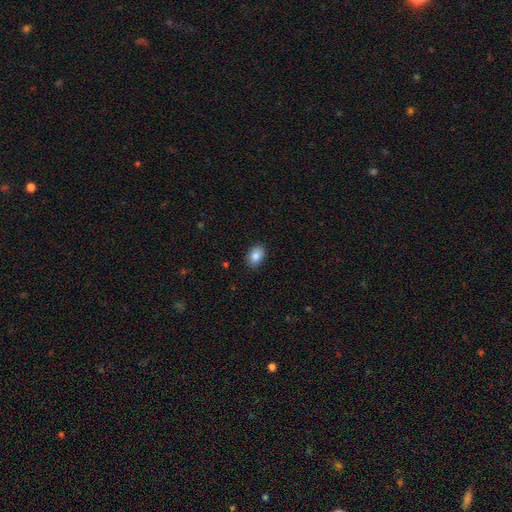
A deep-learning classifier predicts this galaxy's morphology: A smooth galaxy with no disk features (86%) that is in between round and cigar-shaped (81%).

Vote fractions:
- Smooth or featured? smooth: 86% / star or artifact: 8% / featured or disk: 6%
- How rounded? in between: 81% / round: 18% / cigar-shaped: 1%
- Merging? none: 88% / minor disturbance: 9% / major disturbance: 2% / merger: 1%